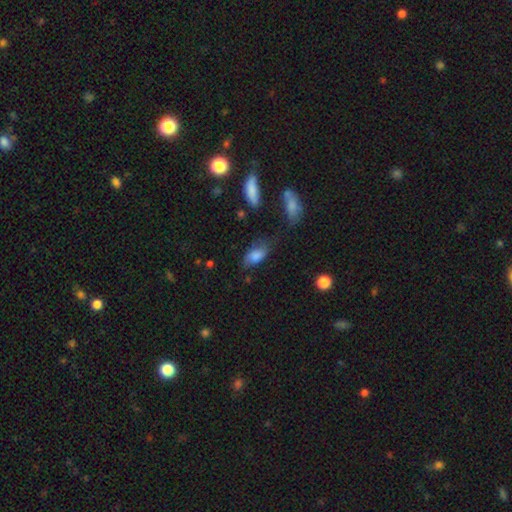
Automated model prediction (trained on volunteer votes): Q: Smooth or featured?
A: smooth (80%); runner-up: featured or disk (11%)
Q: How rounded?
A: in between (89%); runner-up: cigar-shaped (6%)
Q: Merging?
A: none (54%); runner-up: minor disturbance (29%)